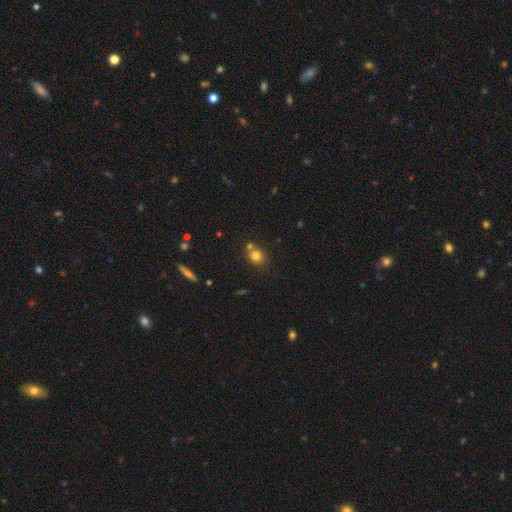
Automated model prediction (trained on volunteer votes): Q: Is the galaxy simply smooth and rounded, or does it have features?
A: smooth — 76%.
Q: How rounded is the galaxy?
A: round — 77%.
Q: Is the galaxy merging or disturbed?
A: none — 66%.